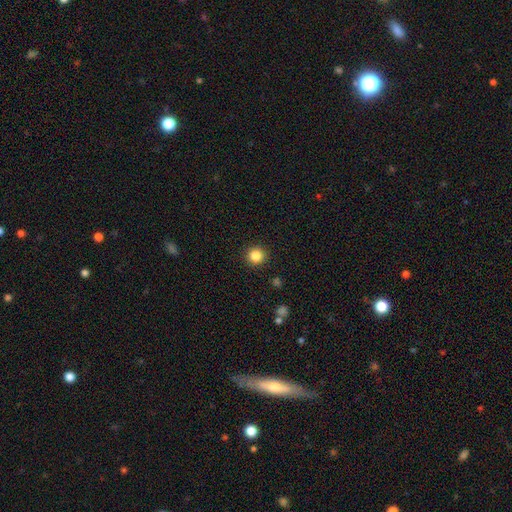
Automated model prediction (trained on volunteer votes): Morphology: type=smooth (85%); roundness=round (94%); merging=none (92%).